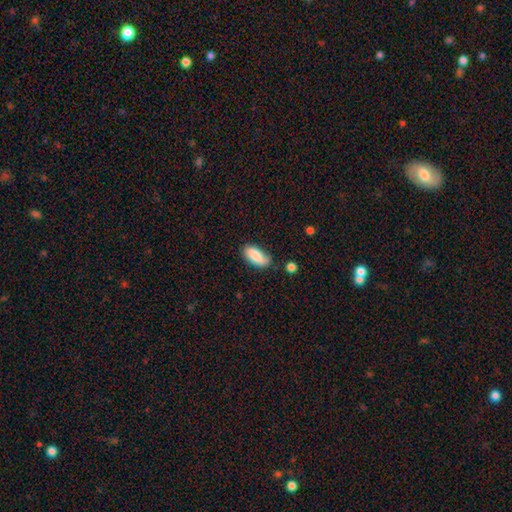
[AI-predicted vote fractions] Smooth or featured?
  - smooth: 82% *
  - featured or disk: 11%
  - star or artifact: 7%
How rounded?
  - in between: 88% *
  - cigar-shaped: 10%
  - round: 2%
Merging?
  - none: 68% *
  - minor disturbance: 24%
  - major disturbance: 5%
  - merger: 3%